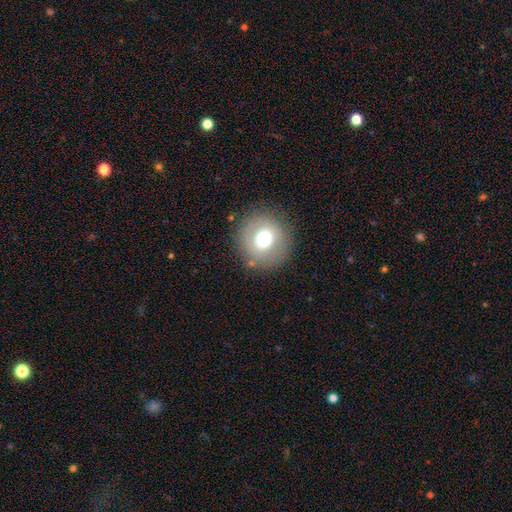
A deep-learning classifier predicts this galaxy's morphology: A smooth galaxy with no disk features (61%) that is round (92%). Merging: none (88%).